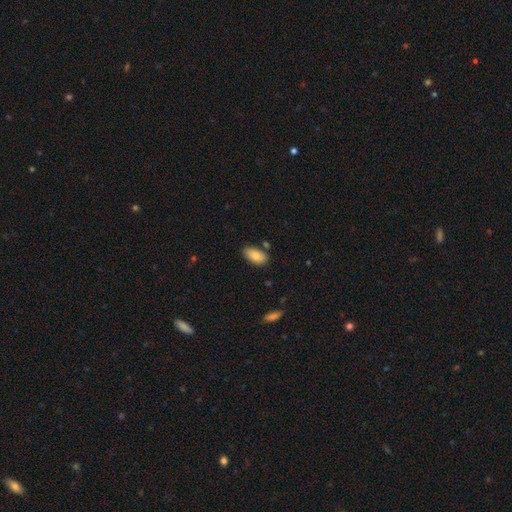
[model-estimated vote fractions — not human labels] Smooth or featured? smooth (82%)
How rounded? in between (94%)
Merging? none (76%)